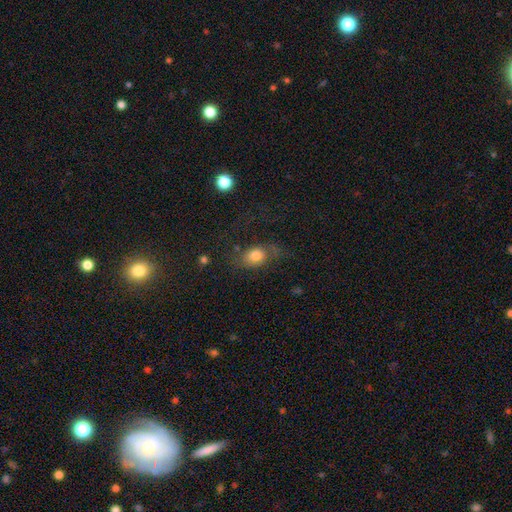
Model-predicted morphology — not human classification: A smooth galaxy with no disk features (72%) that is in between round and cigar-shaped (66%). Merging: none (51%).